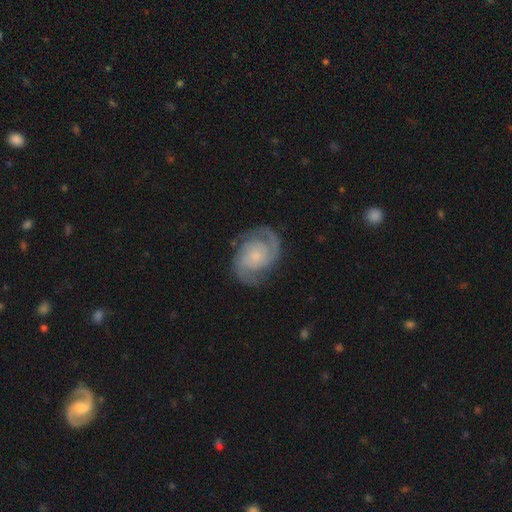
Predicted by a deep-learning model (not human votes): Smooth or featured? featured or disk (87%)
Edge-on disk? no (98%)
Bar? no (69%)
Spiral arms? yes (98%)
Spiral winding? medium (46%)
Spiral arm count? 2 (86%)
Bulge size? small (59%)
Merging? none (77%)